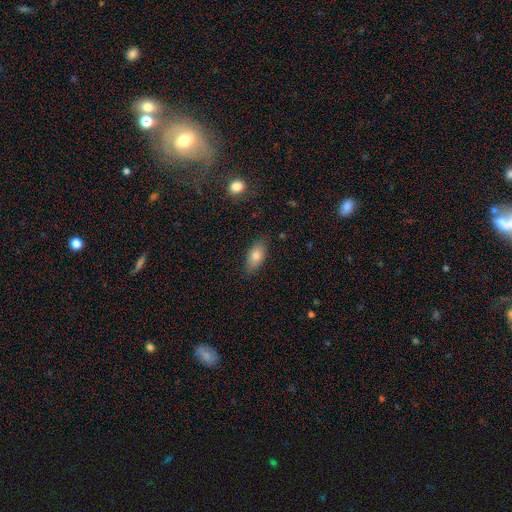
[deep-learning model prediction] Q: Smooth or featured?
A: smooth (77%); runner-up: featured or disk (15%)
Q: How rounded?
A: in between (88%); runner-up: cigar-shaped (7%)
Q: Merging?
A: none (82%); runner-up: minor disturbance (14%)